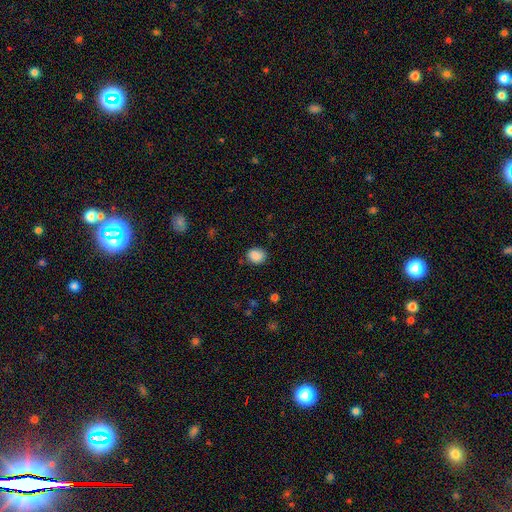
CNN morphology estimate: Overall: smooth (87%). How rounded: round (57%; in between 43%). Merging: none (78%).